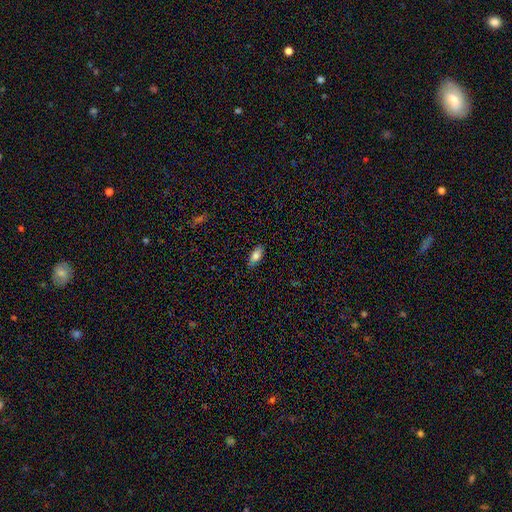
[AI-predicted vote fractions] Smooth or featured? smooth (81%)
How rounded? in between (87%)
Merging? none (83%)